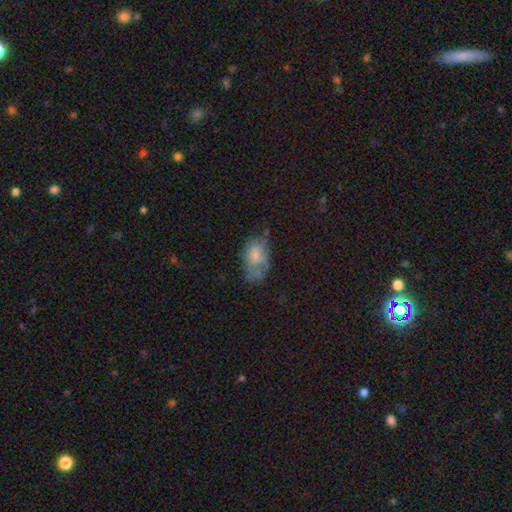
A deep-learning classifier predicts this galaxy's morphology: Smooth or featured? smooth (57%)
How rounded? in between (87%)
Merging? none (35%)